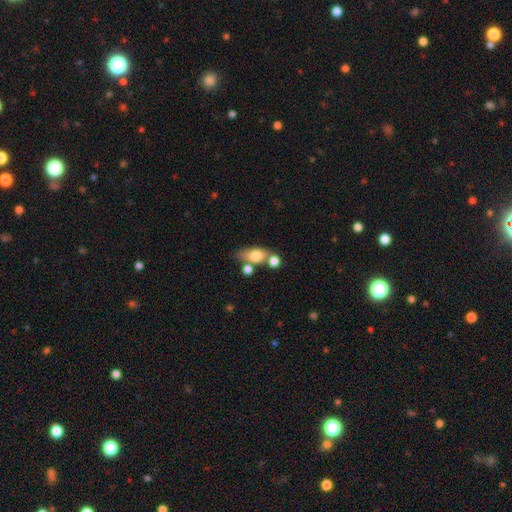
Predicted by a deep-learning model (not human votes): smooth-or-featured: smooth: 75% | featured or disk: 17% | star or artifact: 8%
  how-rounded: in between: 70% | round: 20% | cigar-shaped: 10%
  merging: none: 43% | merger: 34% | minor disturbance: 15% | major disturbance: 8%